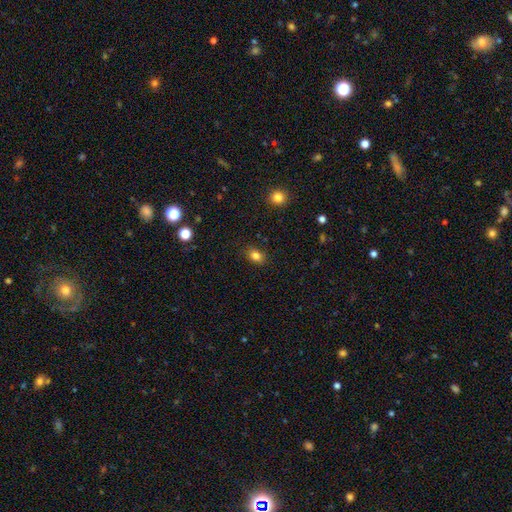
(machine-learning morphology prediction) smooth-or-featured: smooth: 83% | star or artifact: 11% | featured or disk: 6%
  how-rounded: in between: 72% | round: 26% | cigar-shaped: 1%
  merging: none: 85% | minor disturbance: 11% | major disturbance: 3% | merger: 1%